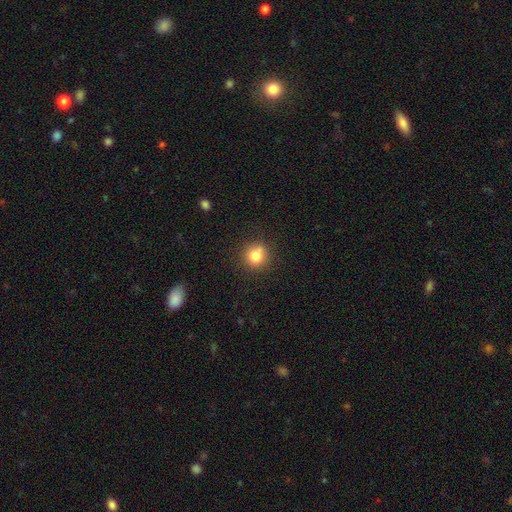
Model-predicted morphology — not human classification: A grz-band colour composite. It shows a smooth galaxy with no disk features (80%) that is round (86%). Merging: none (75%).